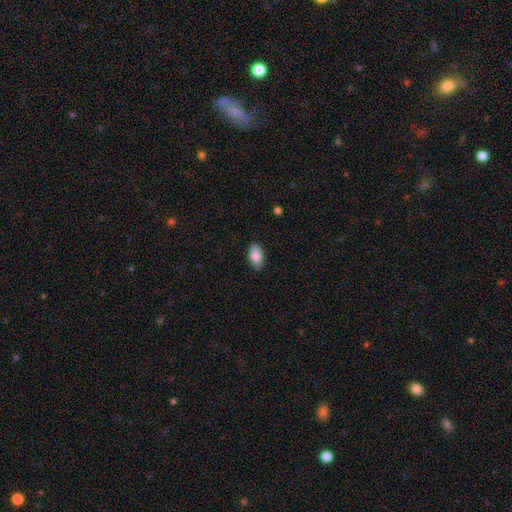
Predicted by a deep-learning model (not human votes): Smooth or featured?
  - smooth: 89% *
  - star or artifact: 7%
  - featured or disk: 5%
How rounded?
  - in between: 94% *
  - round: 4%
  - cigar-shaped: 2%
Merging?
  - none: 84% *
  - minor disturbance: 12%
  - major disturbance: 2%
  - merger: 1%